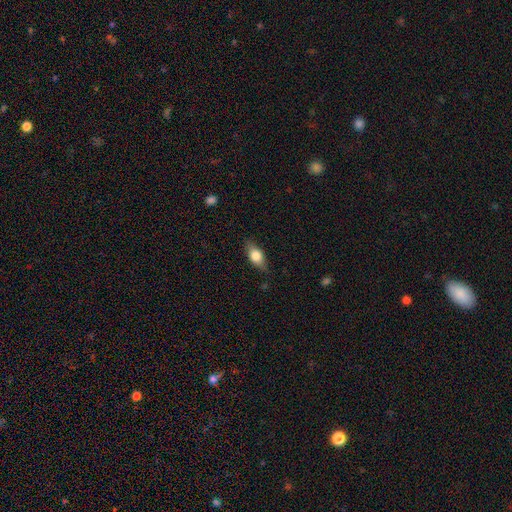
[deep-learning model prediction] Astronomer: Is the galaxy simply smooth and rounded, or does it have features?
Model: smooth — 67%.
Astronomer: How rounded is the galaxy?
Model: in between — 79%.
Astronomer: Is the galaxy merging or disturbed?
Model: none — 79%.